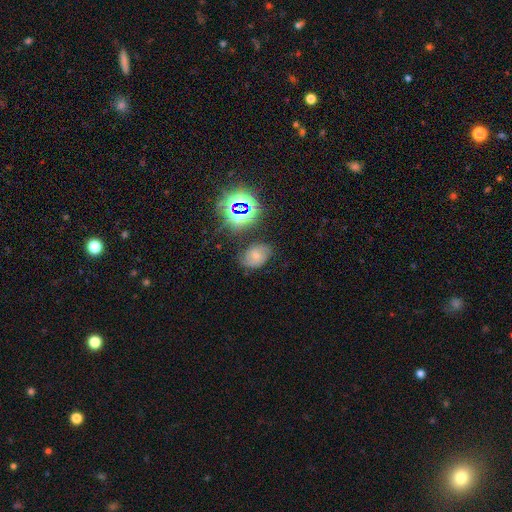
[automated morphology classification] A featured or disk galaxy (41%). Merging: none (68%).